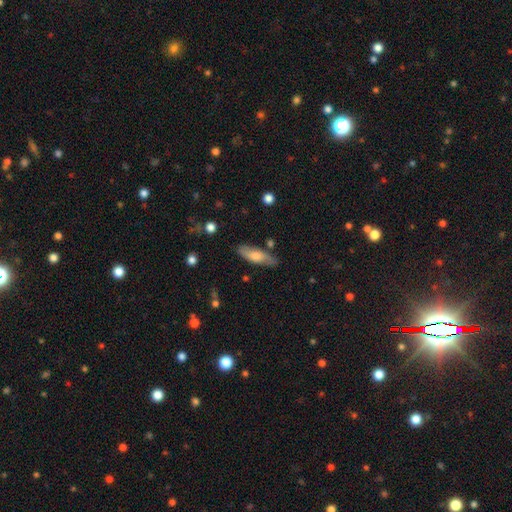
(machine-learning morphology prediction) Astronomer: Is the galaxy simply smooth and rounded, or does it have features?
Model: smooth — 62%.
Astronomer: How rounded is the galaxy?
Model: in between — 52% (runner-up: cigar-shaped, 46%).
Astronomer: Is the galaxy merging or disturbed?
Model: none — 78%.